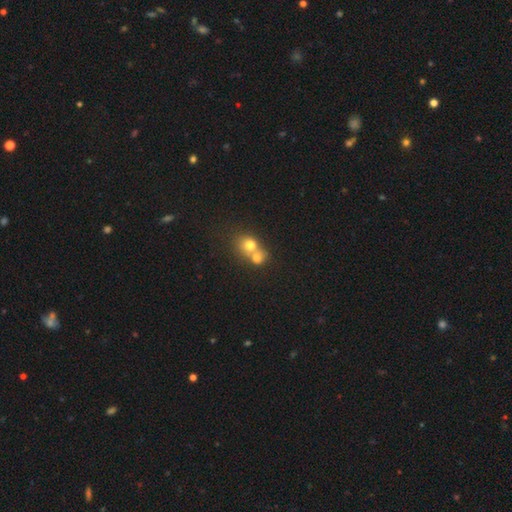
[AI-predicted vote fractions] Smooth or featured? smooth (67%)
How rounded? round (74%)
Merging? merger (62%)